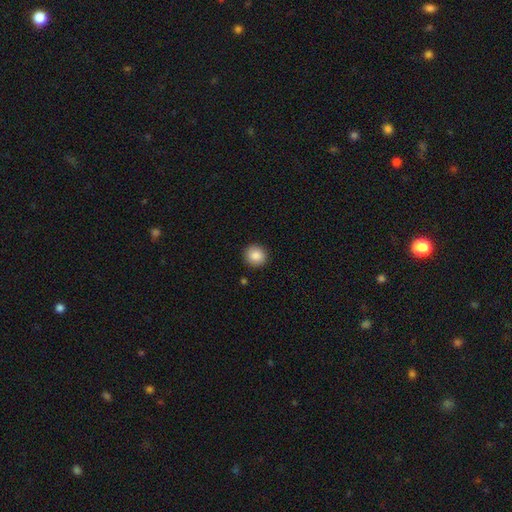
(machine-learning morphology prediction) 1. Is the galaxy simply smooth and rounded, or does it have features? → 87% smooth, 8% star or artifact, 4% featured or disk.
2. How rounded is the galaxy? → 91% round, 8% in between, 1% cigar-shaped.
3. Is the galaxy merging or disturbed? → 91% none, 6% minor disturbance, 2% major disturbance, 1% merger.